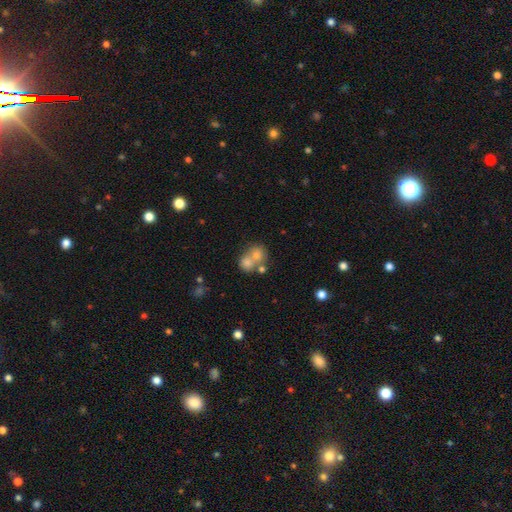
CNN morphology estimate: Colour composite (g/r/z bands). It shows a smooth galaxy with no disk features (65%) that is round (71%). Merging: merger (57%).